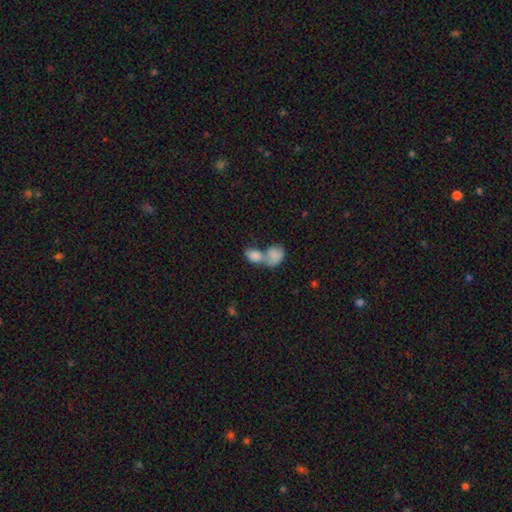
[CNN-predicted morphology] smooth_or_featured: smooth (p=0.78) [alt: featured or disk p=0.12]
how_rounded: in between (p=0.72) [alt: round p=0.25]
merging: merger (p=0.74) [alt: none p=0.16]